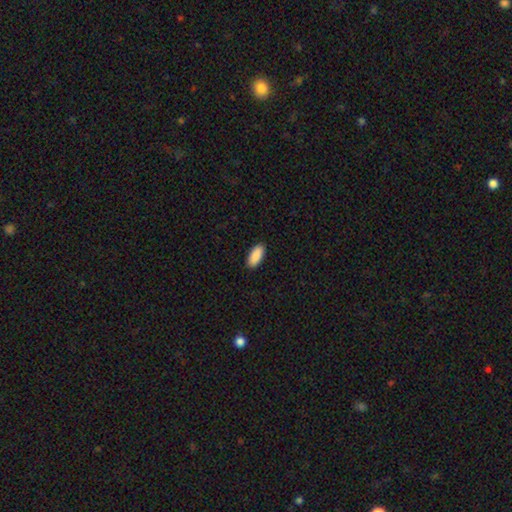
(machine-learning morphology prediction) Overall: smooth (90%). How rounded: in between (87%). Merging: none (91%).